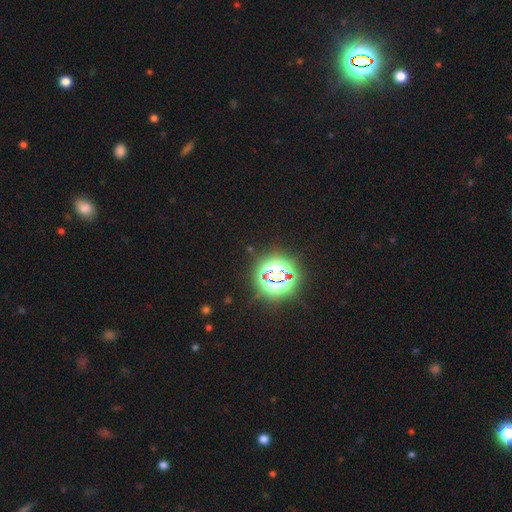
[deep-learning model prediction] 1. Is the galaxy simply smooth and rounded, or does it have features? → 83% star or artifact, 12% smooth, 5% featured or disk.